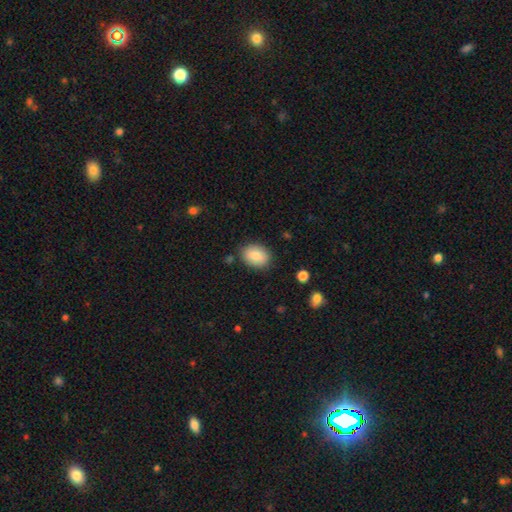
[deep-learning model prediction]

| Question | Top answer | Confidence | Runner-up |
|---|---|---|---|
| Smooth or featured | smooth | 84% | featured or disk (8%) |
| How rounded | in between | 70% | round (29%) |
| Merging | none | 83% | minor disturbance (12%) |